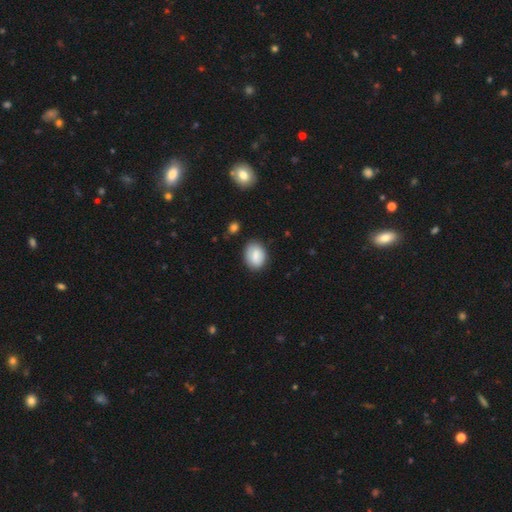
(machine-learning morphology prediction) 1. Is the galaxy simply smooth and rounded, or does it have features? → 82% smooth, 11% featured or disk, 7% star or artifact.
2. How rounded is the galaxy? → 68% in between, 30% round, 1% cigar-shaped.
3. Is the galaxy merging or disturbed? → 79% none, 15% minor disturbance, 3% major disturbance, 2% merger.